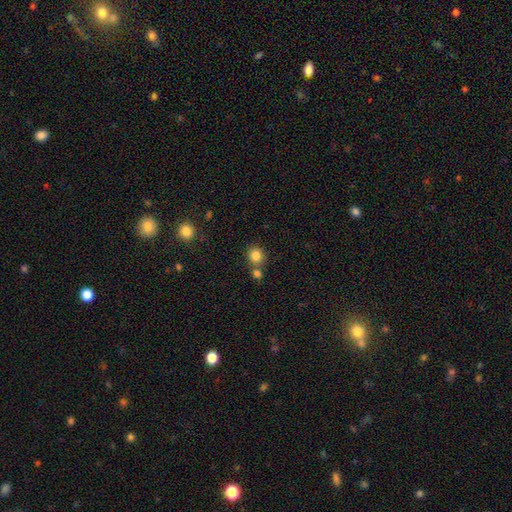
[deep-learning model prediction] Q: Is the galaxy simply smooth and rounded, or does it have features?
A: smooth — 83%.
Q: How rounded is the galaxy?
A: round — 84%.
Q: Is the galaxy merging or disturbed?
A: none — 65%.